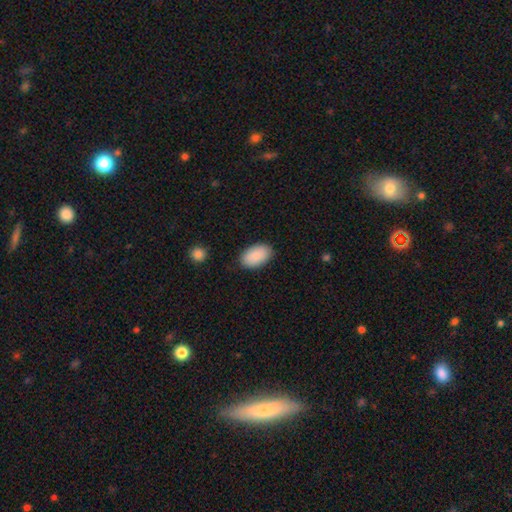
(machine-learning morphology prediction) type=smooth (88%); roundness=in between (95%); merging=none (86%).